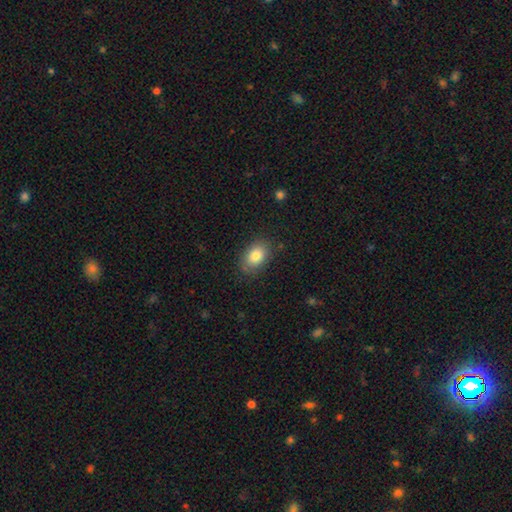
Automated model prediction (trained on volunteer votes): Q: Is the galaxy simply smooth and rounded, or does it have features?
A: smooth — 83%.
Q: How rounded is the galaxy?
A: in between — 83%.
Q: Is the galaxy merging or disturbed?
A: none — 82%.